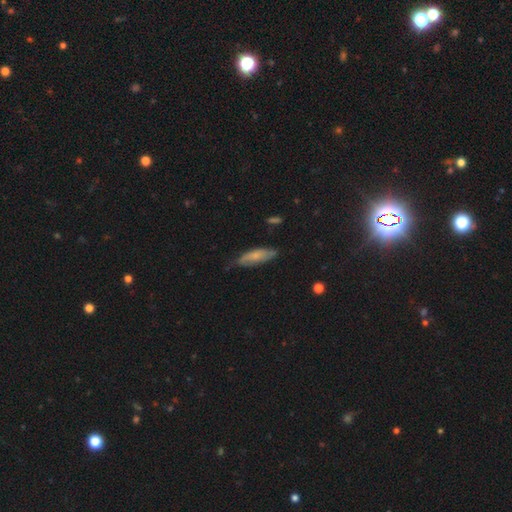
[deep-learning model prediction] Smooth or featured? Predicted: smooth (p=0.60). How rounded? Predicted: in between (p=0.54). Merging? Predicted: none (p=0.63).